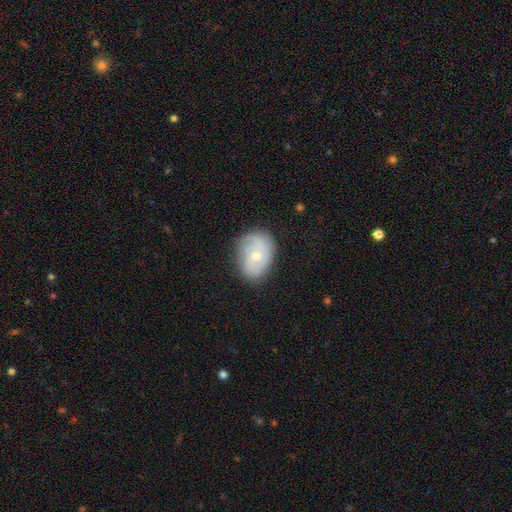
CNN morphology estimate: Smooth or featured? Predicted: featured or disk (p=0.58). Edge-on disk? Predicted: no (p=0.96). Bar? Predicted: no (p=0.77). Spiral arms? Predicted: yes (p=0.78). Bulge size? Predicted: small (p=0.55). Merging? Predicted: none (p=0.66).